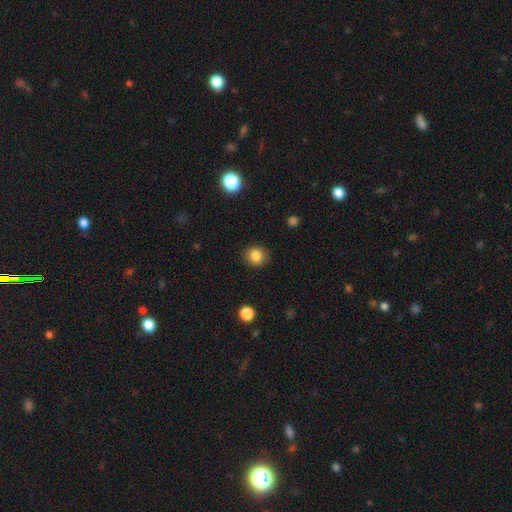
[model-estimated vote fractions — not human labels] This appears to be a smooth galaxy with no disk features (84%) that is round (87%). Merging: none (90%).